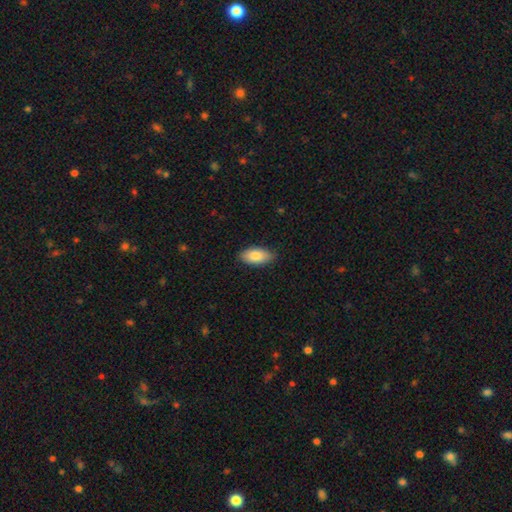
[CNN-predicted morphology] smooth-or-featured: smooth: 84% | featured or disk: 10% | star or artifact: 6%
  how-rounded: in between: 93% | cigar-shaped: 5% | round: 3%
  merging: none: 85% | minor disturbance: 12% | major disturbance: 2% | merger: 1%